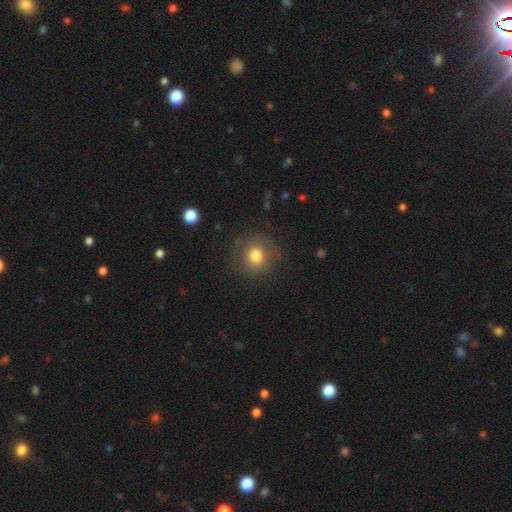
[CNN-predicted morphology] A smooth galaxy with no disk features (74%) that is round (90%).

Vote fractions:
- Smooth or featured? smooth: 74% / featured or disk: 14% / star or artifact: 11%
- How rounded? round: 90% / in between: 10% / cigar-shaped: 1%
- Merging? none: 80% / minor disturbance: 12% / major disturbance: 6% / merger: 1%